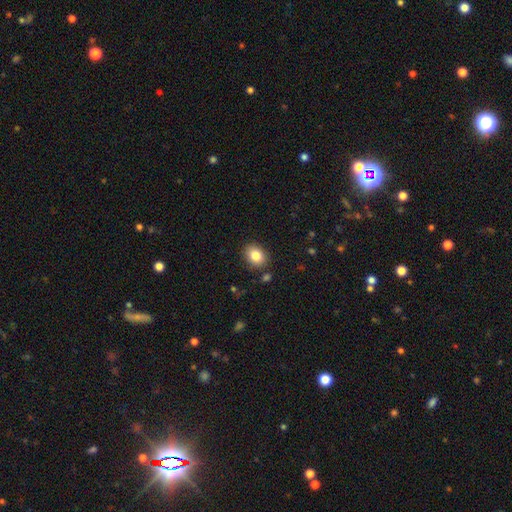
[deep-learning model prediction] The model was most divided on "how rounded": in between: 60%, round: 39%, cigar-shaped: 1%. More confident: merging — none (86%); smooth or featured — smooth (84%).